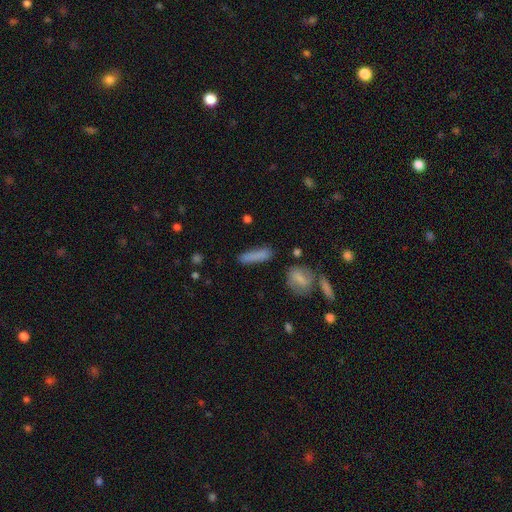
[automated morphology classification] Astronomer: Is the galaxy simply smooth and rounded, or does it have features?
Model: smooth — 82%.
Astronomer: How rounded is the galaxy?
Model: cigar-shaped — 76%.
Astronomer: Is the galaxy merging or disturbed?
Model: none — 78%.